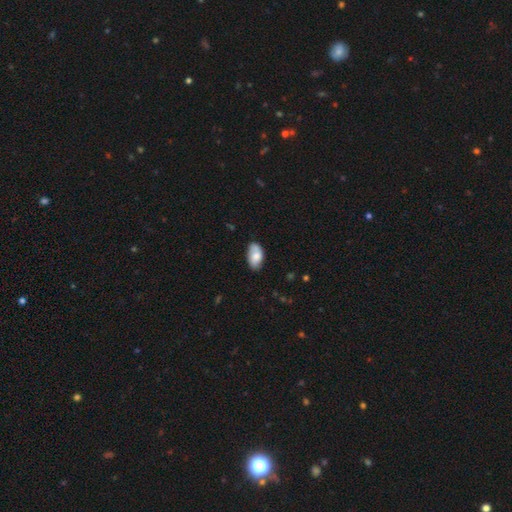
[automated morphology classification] Smooth or featured? Predicted: smooth (p=0.75). How rounded? Predicted: in between (p=0.94). Merging? Predicted: none (p=0.74).